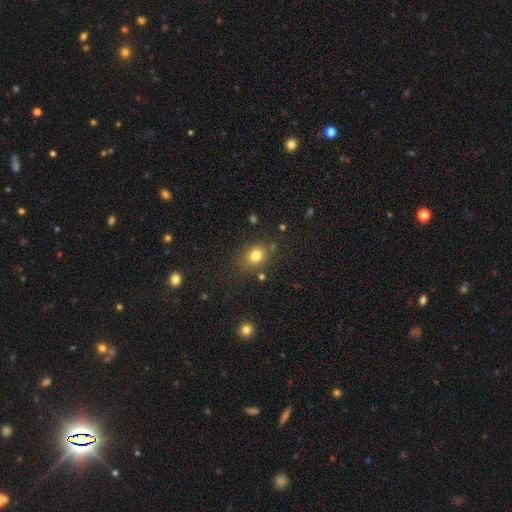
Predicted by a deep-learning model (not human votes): Smooth or featured? Predicted: smooth (p=0.79). How rounded? Predicted: round (p=0.57). Merging? Predicted: none (p=0.79).